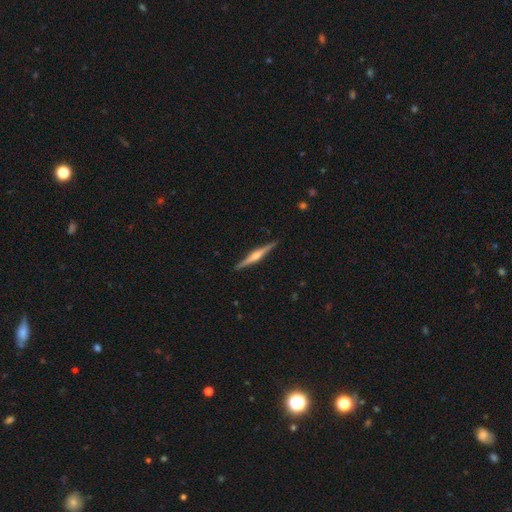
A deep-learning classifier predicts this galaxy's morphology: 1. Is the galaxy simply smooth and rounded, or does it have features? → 75% featured or disk, 19% smooth, 5% star or artifact.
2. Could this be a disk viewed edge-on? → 98% yes, 2% no.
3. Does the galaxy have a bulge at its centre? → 83% rounded, 9% boxy, 7% none.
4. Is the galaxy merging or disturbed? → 91% none, 6% minor disturbance, 1% major disturbance, 1% merger.